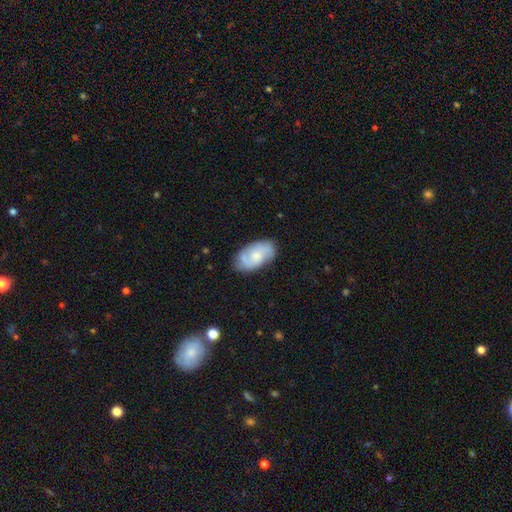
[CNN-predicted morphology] Smooth or featured? featured or disk (53%)
Edge-on disk? no (95%)
Bar? no (66%)
Spiral arms? yes (87%)
Bulge size? small (42%)
Merging? none (76%)